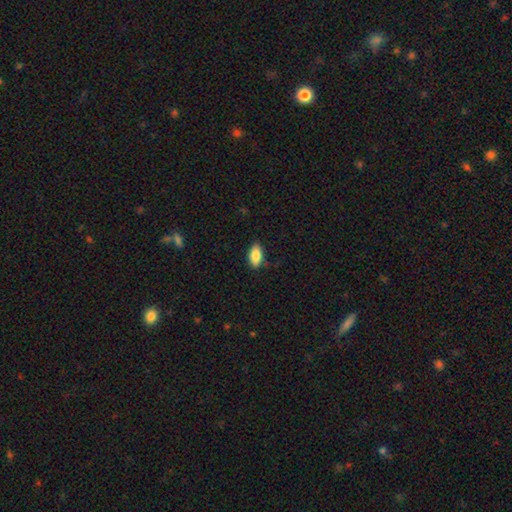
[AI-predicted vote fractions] Smooth or featured?
  - smooth: 86% *
  - star or artifact: 7%
  - featured or disk: 7%
How rounded?
  - in between: 91% *
  - cigar-shaped: 6%
  - round: 3%
Merging?
  - none: 83% *
  - minor disturbance: 13%
  - major disturbance: 3%
  - merger: 1%